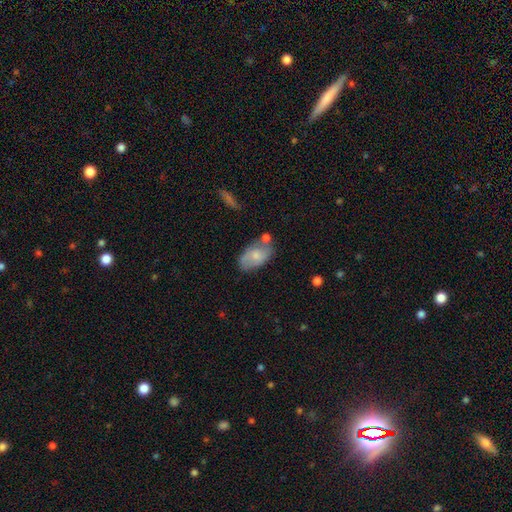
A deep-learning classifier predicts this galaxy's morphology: type=smooth (58%); roundness=in between (91%); merging=none (53%).